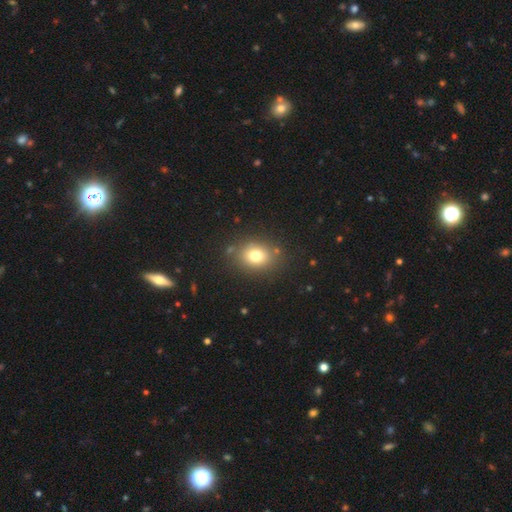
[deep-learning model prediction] Morphology: type=smooth (76%); roundness=round (55%); merging=none (81%).